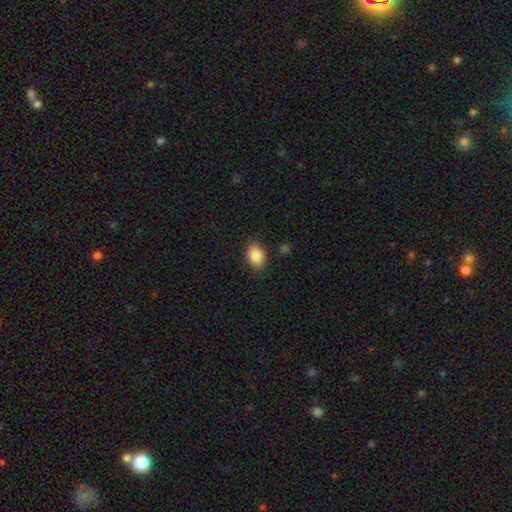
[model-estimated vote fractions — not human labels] smooth_or_featured: smooth (p=0.87) [alt: star or artifact p=0.08]
how_rounded: in between (p=0.81) [alt: round p=0.18]
merging: none (p=0.86) [alt: minor disturbance p=0.10]